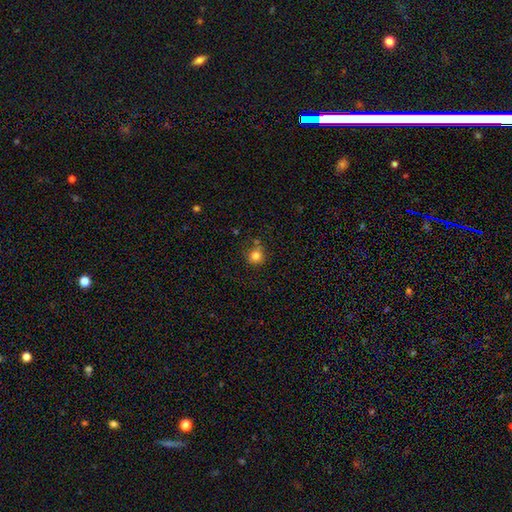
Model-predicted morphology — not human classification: smooth-or-featured: smooth: 80% | star or artifact: 13% | featured or disk: 7%
  how-rounded: round: 89% | in between: 10% | cigar-shaped: 1%
  merging: none: 71% | minor disturbance: 15% | merger: 9% | major disturbance: 4%